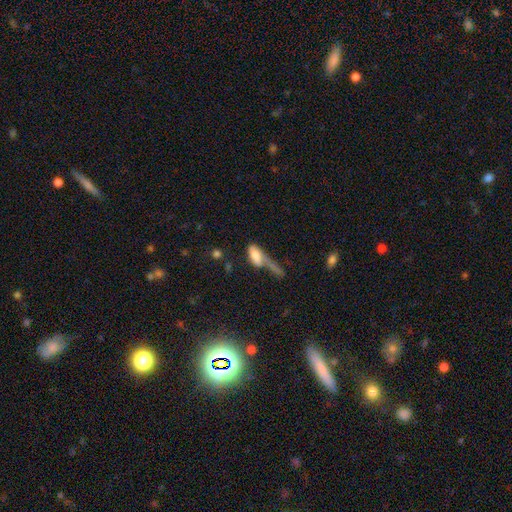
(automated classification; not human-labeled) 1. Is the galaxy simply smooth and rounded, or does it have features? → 68% smooth, 22% featured or disk, 10% star or artifact.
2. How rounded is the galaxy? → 80% in between, 15% cigar-shaped, 4% round.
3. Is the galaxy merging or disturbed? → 35% major disturbance, 34% merger, 17% none, 14% minor disturbance.